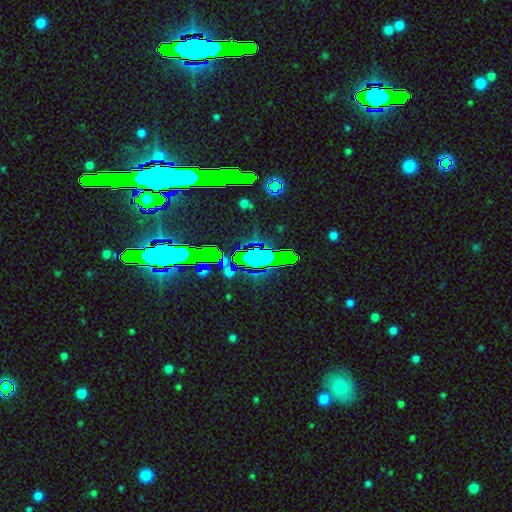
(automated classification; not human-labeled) Smooth or featured?
  - star or artifact: 73% *
  - smooth: 17%
  - featured or disk: 11%